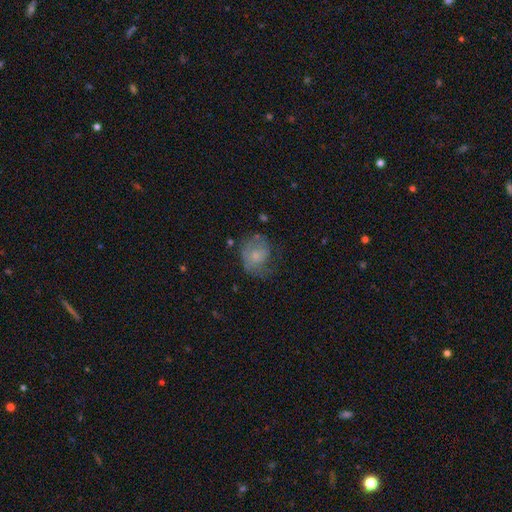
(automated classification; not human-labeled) The model was most divided on "smooth or featured": smooth: 49%, featured or disk: 42%, star or artifact: 9%. Remaining: merging — none (39%).